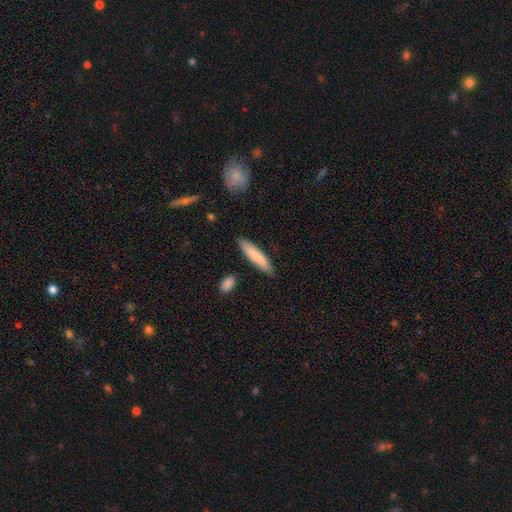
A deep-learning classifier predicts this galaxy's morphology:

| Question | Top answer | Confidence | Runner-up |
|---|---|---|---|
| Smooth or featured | smooth | 82% | featured or disk (12%) |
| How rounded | cigar-shaped | 83% | in between (16%) |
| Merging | none | 87% | minor disturbance (9%) |